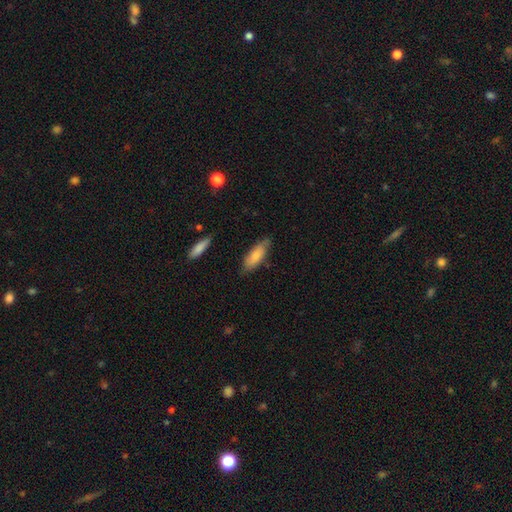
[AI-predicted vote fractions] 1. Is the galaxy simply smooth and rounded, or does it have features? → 76% smooth, 19% featured or disk, 6% star or artifact.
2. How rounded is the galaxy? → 70% in between, 28% cigar-shaped, 2% round.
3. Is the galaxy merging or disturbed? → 74% none, 20% minor disturbance, 3% major disturbance, 2% merger.